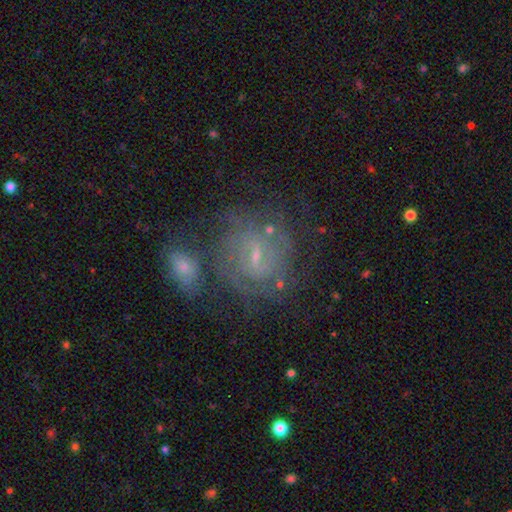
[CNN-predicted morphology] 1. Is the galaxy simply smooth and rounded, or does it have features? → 67% featured or disk, 19% smooth, 14% star or artifact.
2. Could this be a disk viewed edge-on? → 97% no, 3% yes.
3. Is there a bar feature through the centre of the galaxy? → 55% weak, 30% no, 14% strong.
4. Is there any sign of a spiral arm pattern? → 84% yes, 16% no.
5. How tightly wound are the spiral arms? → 59% tight, 31% medium, 10% loose.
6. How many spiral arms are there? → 50% can't tell, 24% 2, 10% 3, 6% 4, 5% 1, 5% more than 4.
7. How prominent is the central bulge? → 74% small, 17% moderate, 7% none, 1% large, 1% dominant.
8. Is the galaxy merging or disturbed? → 60% none, 16% merger, 15% minor disturbance, 9% major disturbance.